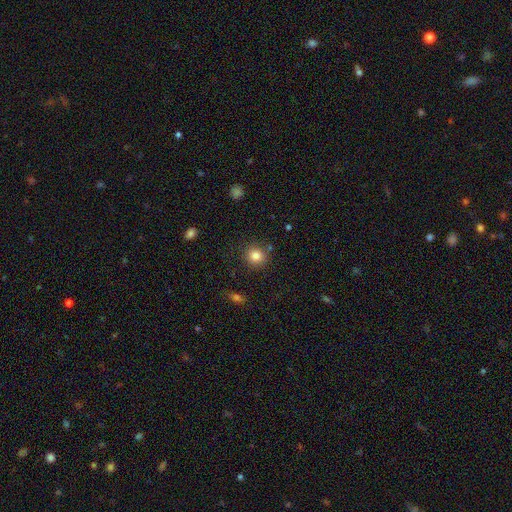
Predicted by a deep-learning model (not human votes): Smooth or featured? smooth (83%)
How rounded? round (89%)
Merging? none (85%)